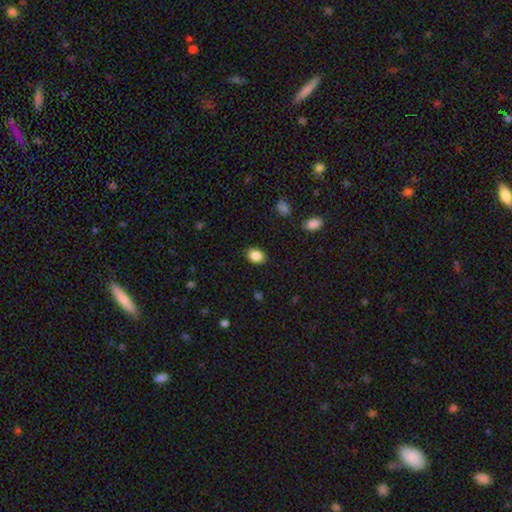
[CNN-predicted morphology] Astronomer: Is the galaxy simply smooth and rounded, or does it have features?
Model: smooth — 87%.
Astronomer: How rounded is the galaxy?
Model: in between — 70%.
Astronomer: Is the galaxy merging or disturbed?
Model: none — 87%.